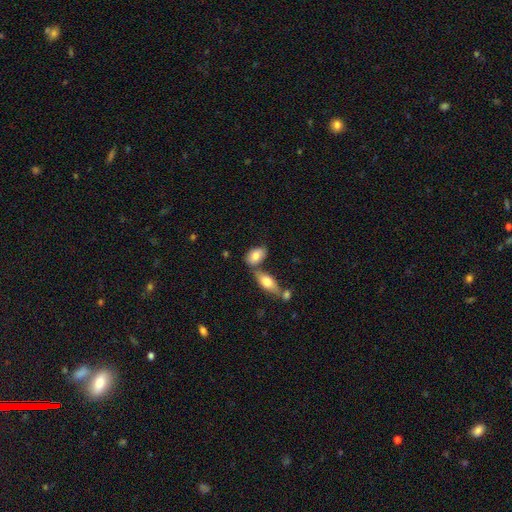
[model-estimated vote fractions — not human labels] Overall: smooth (79%). How rounded: in between (91%). Merging: none (51%; merger 32%).